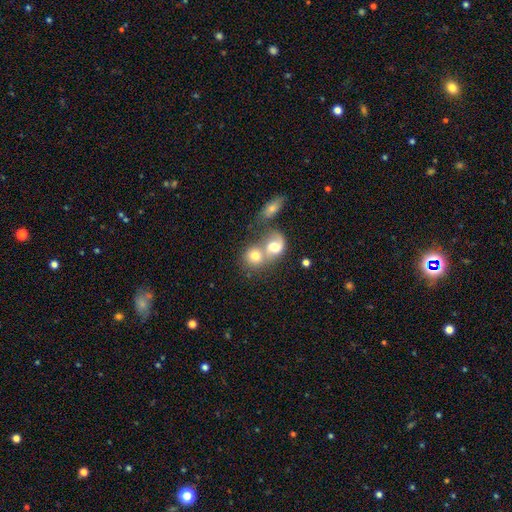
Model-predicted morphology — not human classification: A smooth galaxy with no disk features (66%) that is round (68%). Merging: merger (67%).